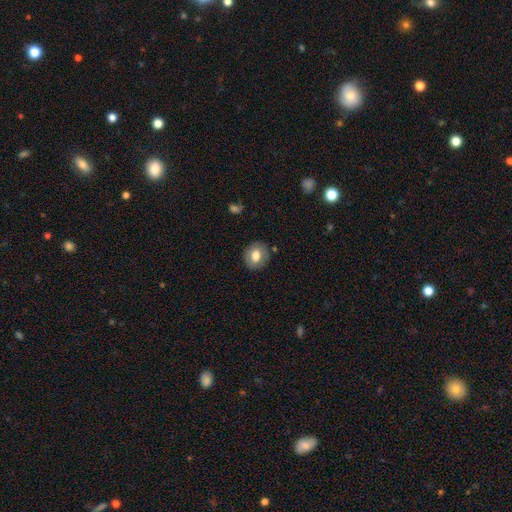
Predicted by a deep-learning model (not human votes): A smooth galaxy with no disk features (71%) that is round (63%).

Vote fractions:
- Smooth or featured? smooth: 71% / featured or disk: 22% / star or artifact: 8%
- How rounded? round: 63% / in between: 36% / cigar-shaped: 1%
- Merging? none: 85% / minor disturbance: 11% / major disturbance: 3% / merger: 1%